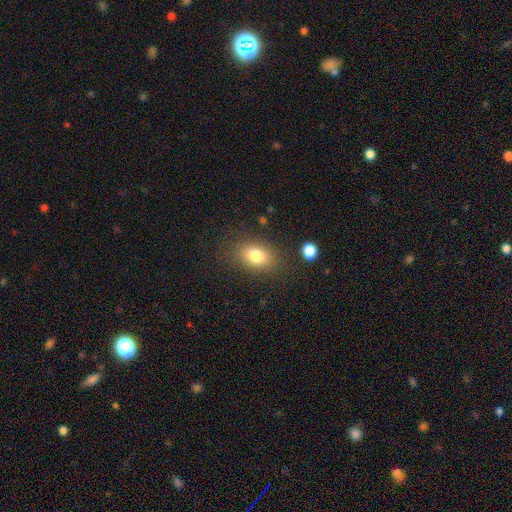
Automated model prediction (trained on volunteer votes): Overall: smooth (80%). How rounded: in between (77%). Merging: none (81%).